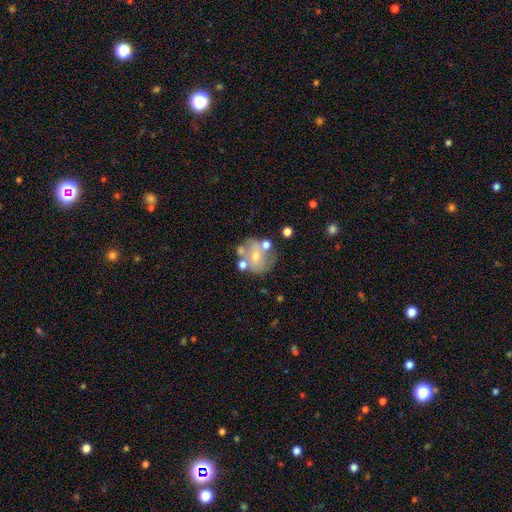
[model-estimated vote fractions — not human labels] smooth-or-featured: featured or disk: 51% | smooth: 38% | star or artifact: 11%
  disk-edge-on: no: 96% | yes: 4%
  merging: none: 49% | merger: 22% | minor disturbance: 18% | major disturbance: 12%